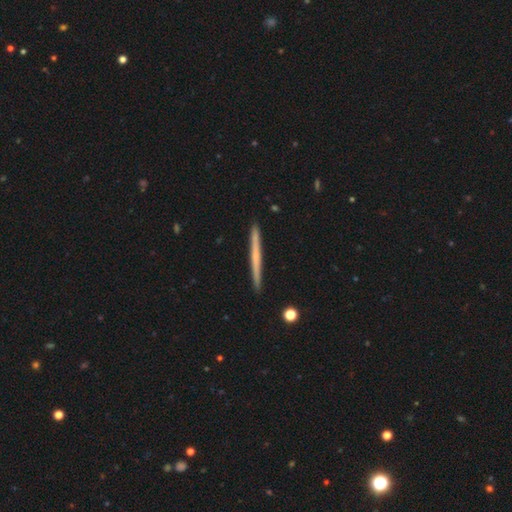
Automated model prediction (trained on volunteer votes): This appears to be a featured or disk galaxy (51%) viewed edge-on (98%). Merging: none (92%).